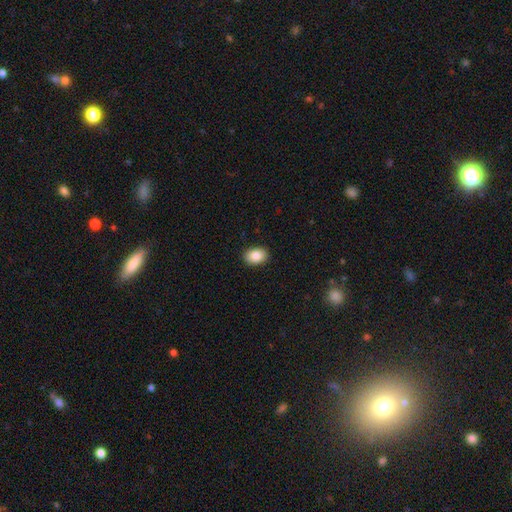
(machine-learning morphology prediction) Smooth or featured? Predicted: smooth (p=0.87). How rounded? Predicted: in between (p=0.75). Merging? Predicted: none (p=0.91).